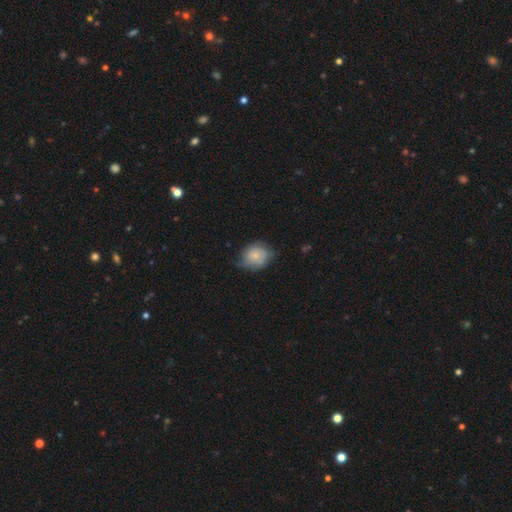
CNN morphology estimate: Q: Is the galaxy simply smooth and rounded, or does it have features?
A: smooth — 68%.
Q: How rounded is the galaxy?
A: round — 66%.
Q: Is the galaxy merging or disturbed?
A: none — 51%.